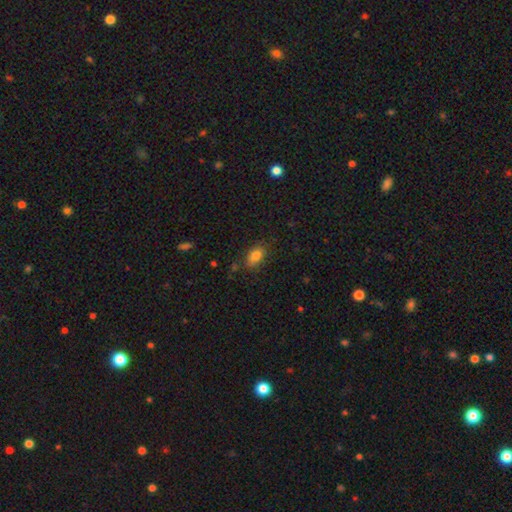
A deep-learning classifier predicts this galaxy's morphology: This appears to be a smooth galaxy with no disk features (82%) that is in between round and cigar-shaped (87%). Merging: none (76%).